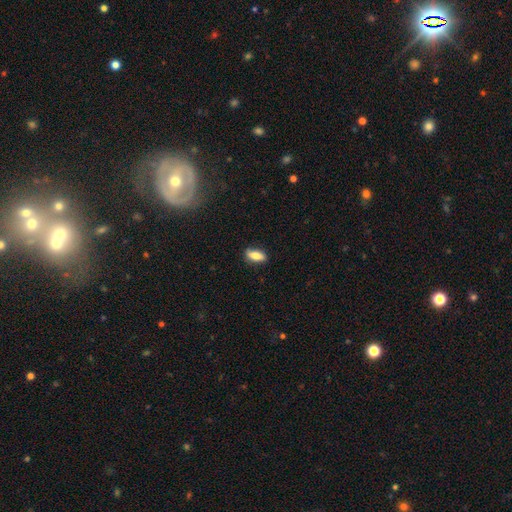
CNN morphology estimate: smooth_or_featured: smooth (p=0.76) [alt: featured or disk p=0.17]
how_rounded: in between (p=0.73) [alt: cigar-shaped p=0.23]
merging: none (p=0.83) [alt: minor disturbance p=0.13]